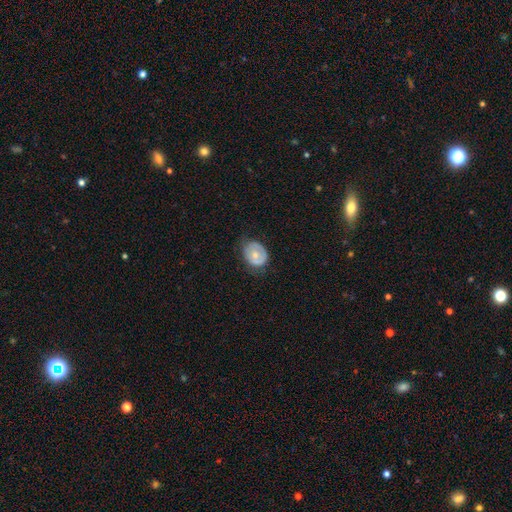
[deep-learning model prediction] The model was most divided on "how rounded": round: 50%, in between: 49%, cigar-shaped: 1%. More confident: merging — none (54%); smooth or featured — smooth (54%).